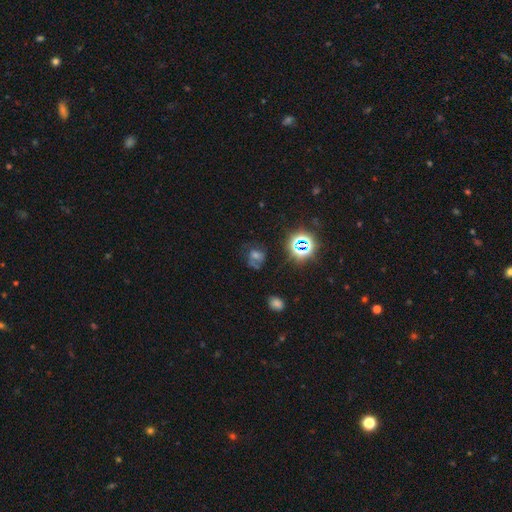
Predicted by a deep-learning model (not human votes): Smooth or featured? star or artifact (47%)